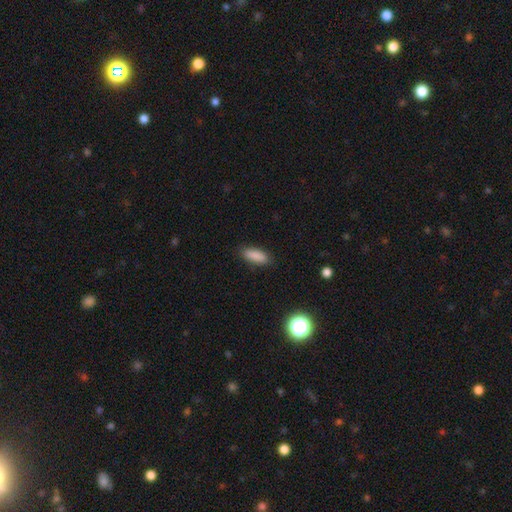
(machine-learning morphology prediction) A smooth galaxy with no disk features (87%) that is in between round and cigar-shaped (65%). Merging: none (85%).